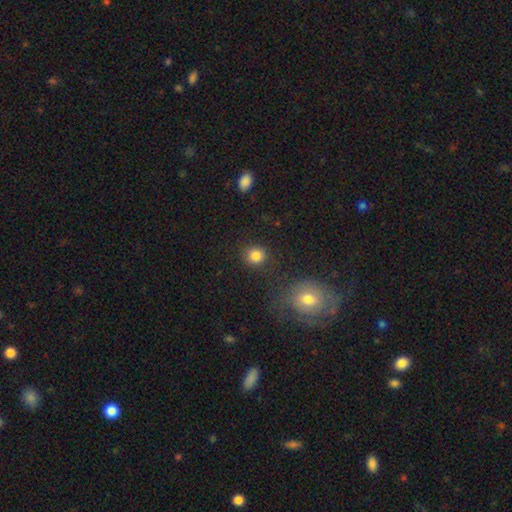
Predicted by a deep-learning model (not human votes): Overall: smooth (84%). How rounded: round (86%). Merging: none (84%).